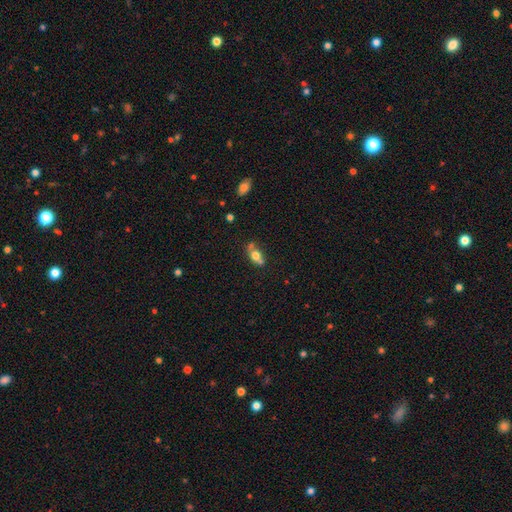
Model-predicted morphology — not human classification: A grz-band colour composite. It shows a smooth galaxy with no disk features (66%) that is in between round and cigar-shaped (64%). Merging: none (46%).